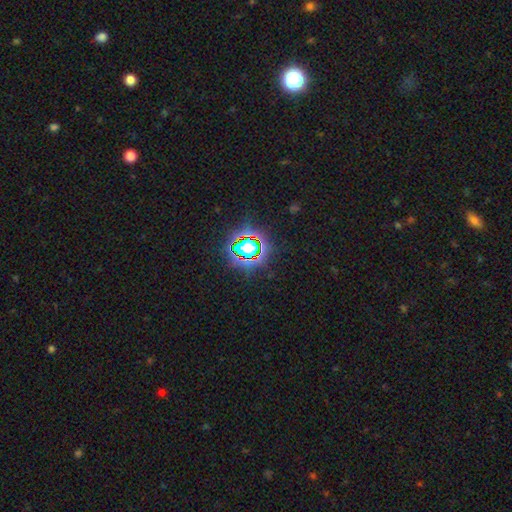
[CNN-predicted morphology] type=star or artifact (80%).